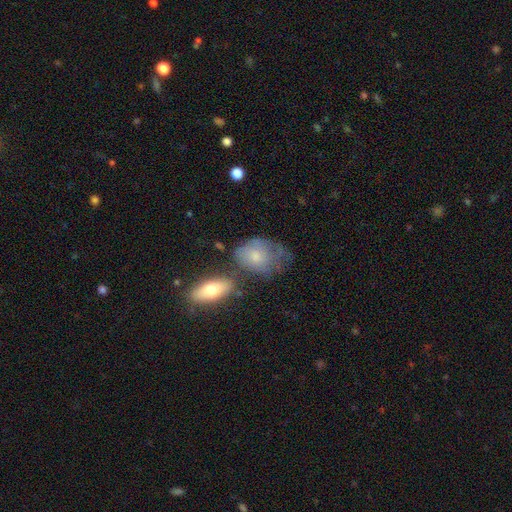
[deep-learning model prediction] A smooth galaxy with no disk features (62%) that is in between round and cigar-shaped (74%). Merging: none (34%).